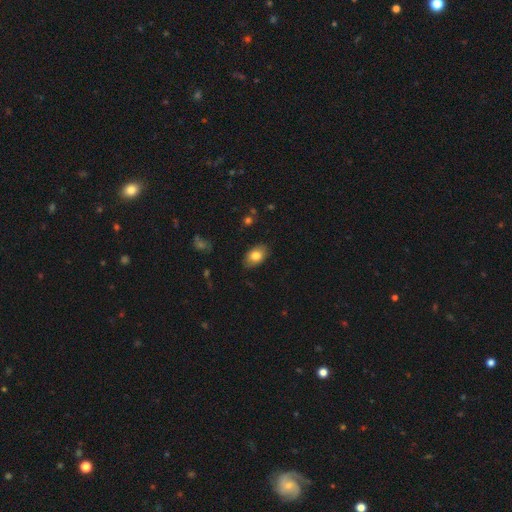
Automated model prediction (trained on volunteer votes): The model was most divided on "smooth or featured": smooth: 81%, featured or disk: 11%, star or artifact: 7%. More confident: how rounded — in between (89%); merging — none (85%).